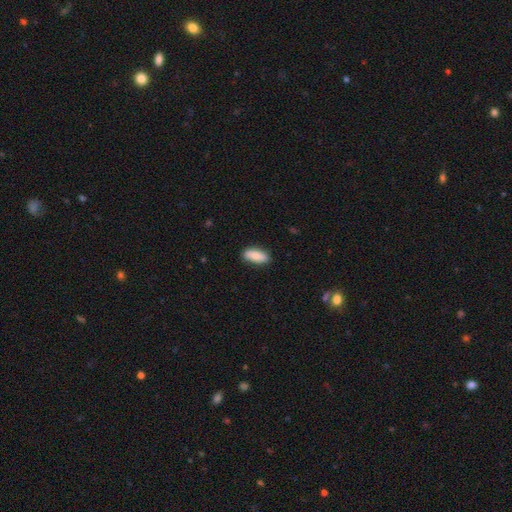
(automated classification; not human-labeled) smooth 85%, featured or disk 9%, star or artifact 6%. Down the decision tree: how rounded — in between (83%); merging — none (86%).